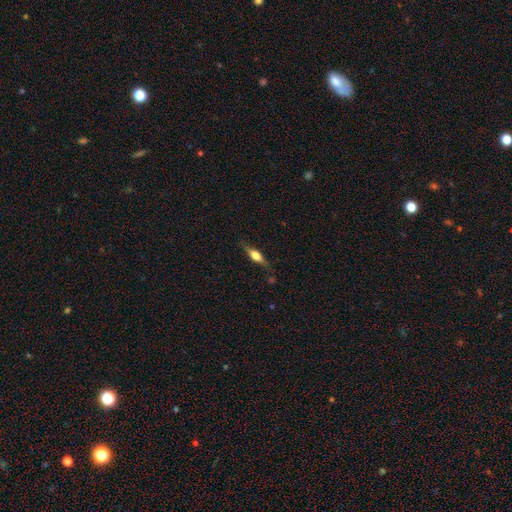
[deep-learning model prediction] A featured or disk galaxy (53%) viewed edge-on (93%). Merging: none (78%).